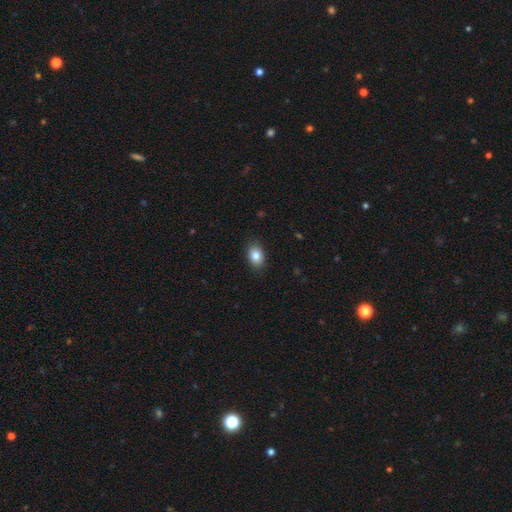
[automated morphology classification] Overall: smooth (84%). How rounded: in between (77%). Merging: none (86%).